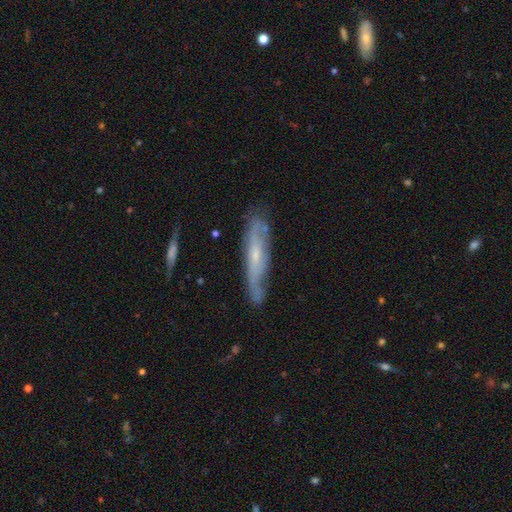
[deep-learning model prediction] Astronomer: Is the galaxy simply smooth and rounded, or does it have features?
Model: featured or disk — 65%.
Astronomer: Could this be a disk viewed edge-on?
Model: yes — 52% (runner-up: no, 48%).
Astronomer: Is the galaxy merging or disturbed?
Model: none — 67%.